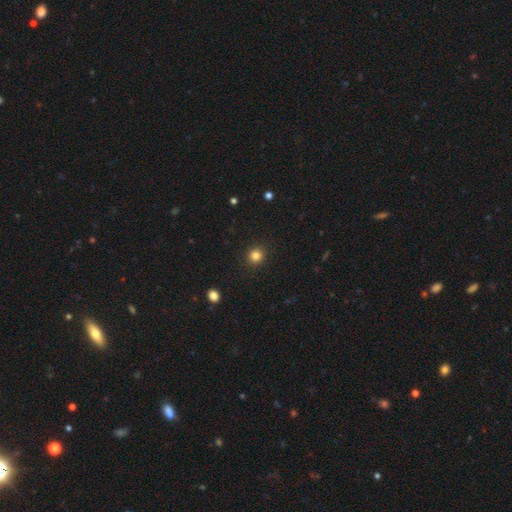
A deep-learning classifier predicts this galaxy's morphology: A smooth galaxy with no disk features (82%) that is round (91%).

Vote fractions:
- Smooth or featured? smooth: 82% / star or artifact: 13% / featured or disk: 5%
- How rounded? round: 91% / in between: 8% / cigar-shaped: 1%
- Merging? none: 92% / minor disturbance: 5% / major disturbance: 2% / merger: 1%